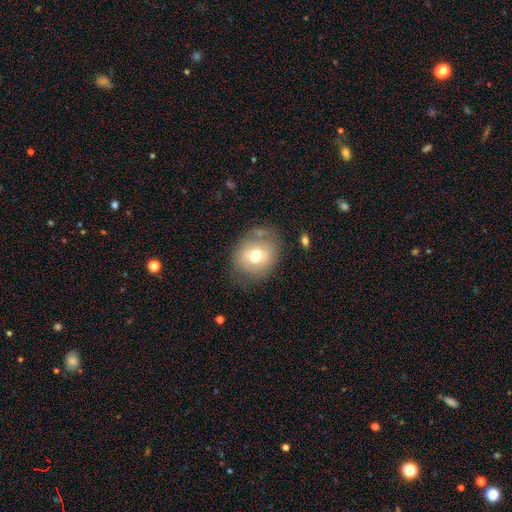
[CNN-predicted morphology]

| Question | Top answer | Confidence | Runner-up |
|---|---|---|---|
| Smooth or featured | smooth | 67% | featured or disk (24%) |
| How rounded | round | 62% | in between (38%) |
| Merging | none | 66% | minor disturbance (21%) |